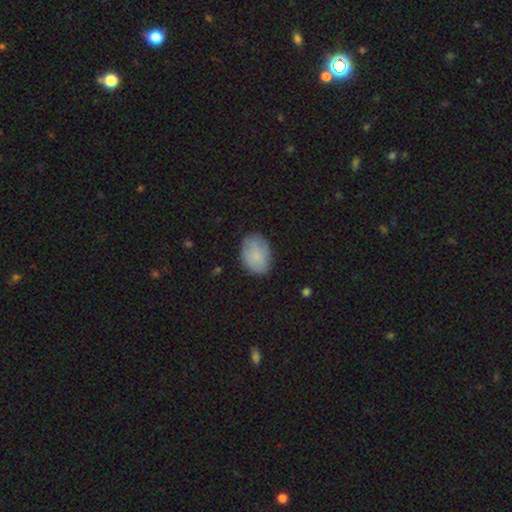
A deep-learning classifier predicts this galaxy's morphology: Overall: smooth (81%). How rounded: in between (77%). Merging: none (79%).